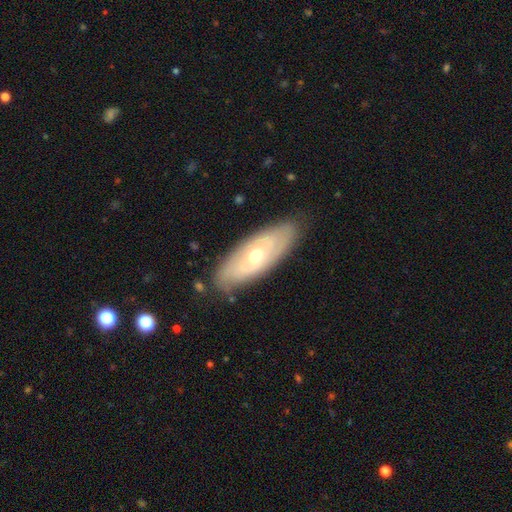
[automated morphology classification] This is likely a featured or disk galaxy (67%). It is clearly not viewed edge-on (80%). Bar: likely no (76%). Spiral arm pattern: likely yes (68%). Central bulge: possibly moderate (58%). Merging: clearly none (82%).